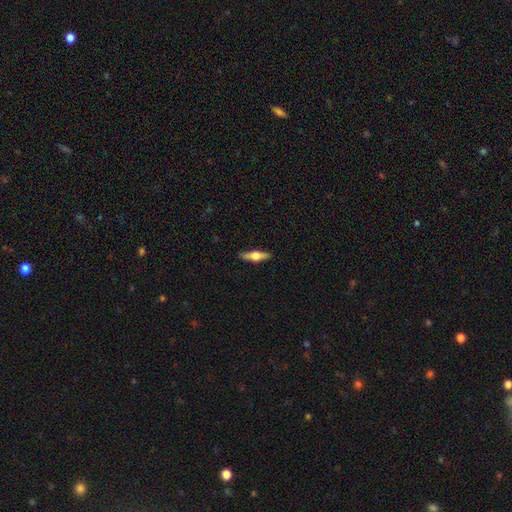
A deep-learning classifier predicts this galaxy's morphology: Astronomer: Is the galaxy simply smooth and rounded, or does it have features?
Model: featured or disk — 54% (runner-up: smooth, 41%).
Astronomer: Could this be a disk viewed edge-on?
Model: yes — 94%.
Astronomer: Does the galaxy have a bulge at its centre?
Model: rounded — 94%.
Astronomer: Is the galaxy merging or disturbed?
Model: none — 90%.